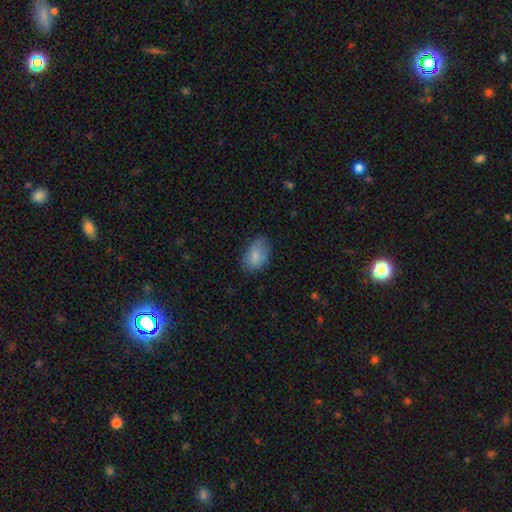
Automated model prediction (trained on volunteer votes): A smooth galaxy with no disk features (81%) that is in between round and cigar-shaped (89%). Merging: none (64%).